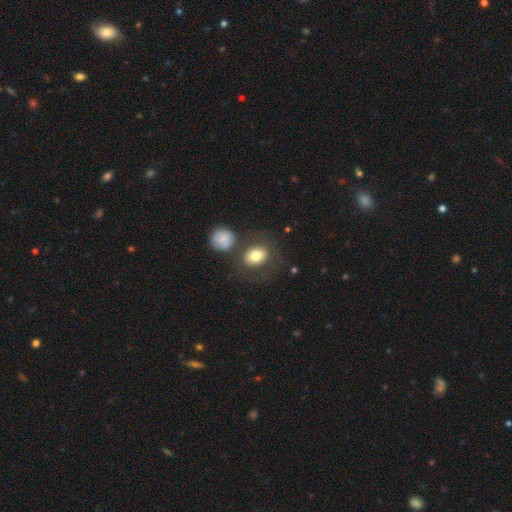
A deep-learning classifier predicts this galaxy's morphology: Q: Smooth or featured?
A: smooth (76%); runner-up: featured or disk (16%)
Q: How rounded?
A: in between (50%); runner-up: round (49%)
Q: Merging?
A: none (63%); runner-up: minor disturbance (14%)